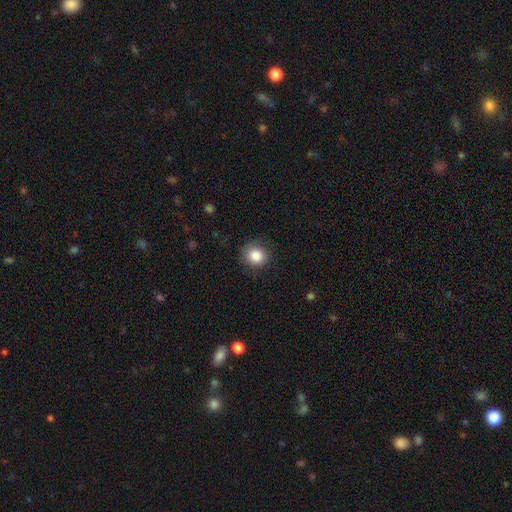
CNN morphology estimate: Smooth or featured? smooth (86%)
How rounded? round (87%)
Merging? none (84%)